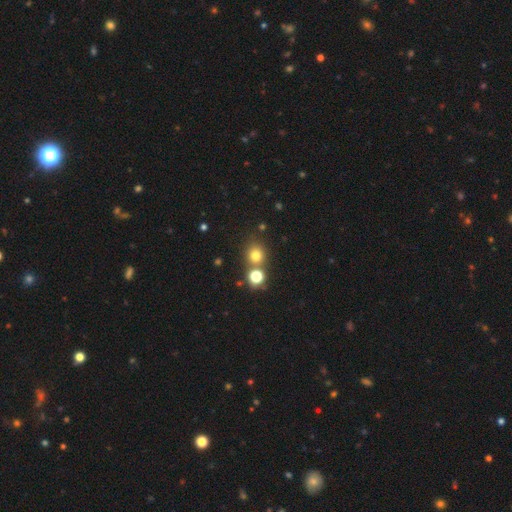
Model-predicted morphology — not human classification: smooth-or-featured: smooth: 74% | star or artifact: 19% | featured or disk: 7%
  how-rounded: round: 85% | in between: 14% | cigar-shaped: 1%
  merging: none: 68% | merger: 20% | minor disturbance: 9% | major disturbance: 4%